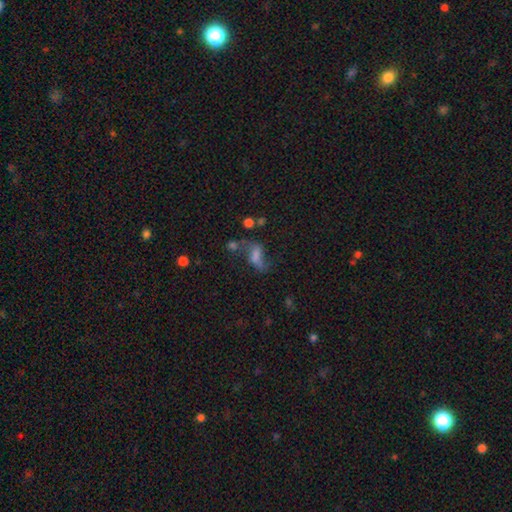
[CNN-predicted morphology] A featured or disk galaxy (49%).

Vote fractions:
- Smooth or featured? featured or disk: 49% / smooth: 33% / star or artifact: 19%
- Merging? none: 44% / major disturbance: 23% / minor disturbance: 18% / merger: 15%